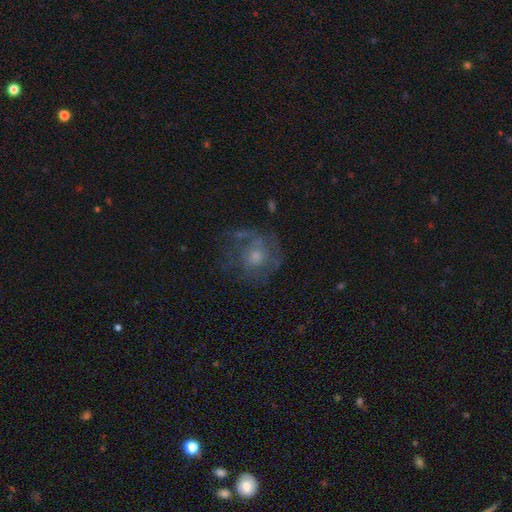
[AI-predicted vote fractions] Morphology: type=featured or disk (54%); edge-on=no (97%); bar=no (81%); spiral arms=yes (55%); bulge=moderate (47%); merging=none (51%).